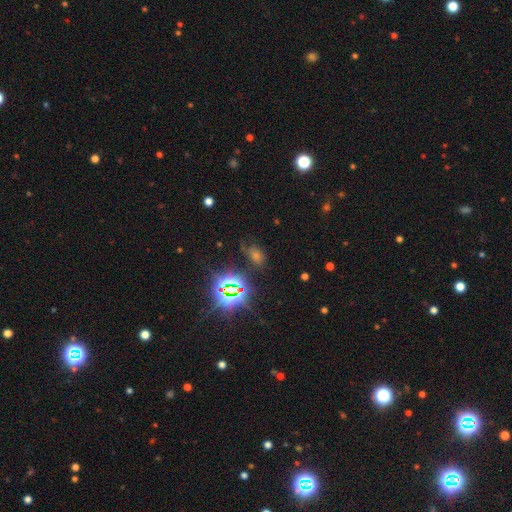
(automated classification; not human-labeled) Smooth or featured: star or artifact — 61% (smooth — 25%)